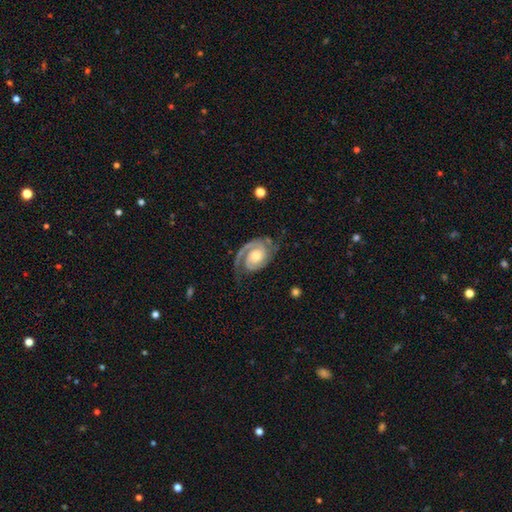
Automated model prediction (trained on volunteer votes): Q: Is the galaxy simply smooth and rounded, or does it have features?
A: featured or disk — 90%.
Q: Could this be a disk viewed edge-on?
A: no — 97%.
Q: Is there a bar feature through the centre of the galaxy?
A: no — 70%.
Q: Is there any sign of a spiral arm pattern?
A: yes — 98%.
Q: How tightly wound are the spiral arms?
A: tight — 56%.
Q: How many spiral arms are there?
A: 2 — 71%.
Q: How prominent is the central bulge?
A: moderate — 63%.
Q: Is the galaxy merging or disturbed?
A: none — 69%.